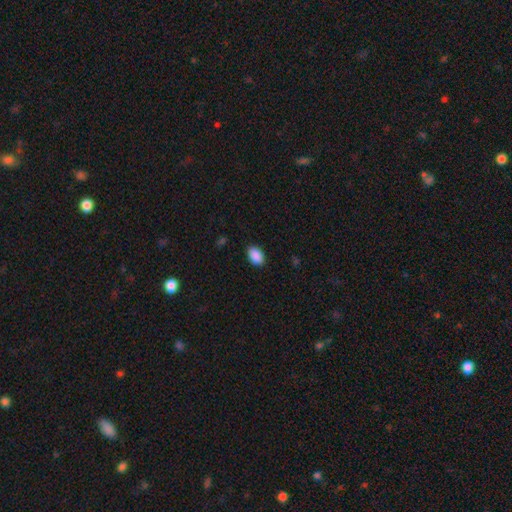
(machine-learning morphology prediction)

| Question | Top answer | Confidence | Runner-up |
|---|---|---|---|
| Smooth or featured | smooth | 90% | star or artifact (7%) |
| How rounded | in between | 88% | round (10%) |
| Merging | none | 88% | minor disturbance (9%) |